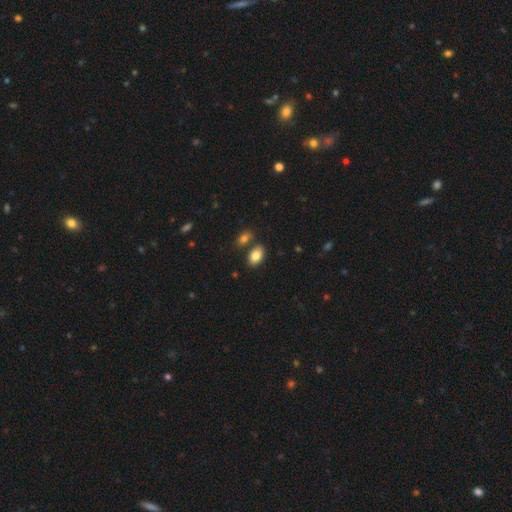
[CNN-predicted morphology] Smooth or featured?
  - smooth: 84% *
  - featured or disk: 9%
  - star or artifact: 7%
How rounded?
  - in between: 91% *
  - round: 8%
  - cigar-shaped: 1%
Merging?
  - none: 73% *
  - merger: 14%
  - minor disturbance: 11%
  - major disturbance: 3%